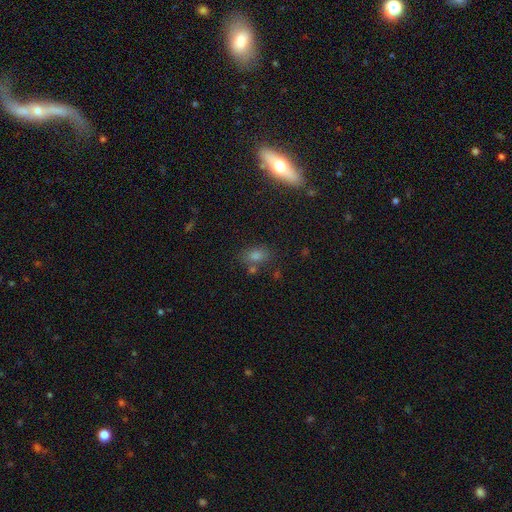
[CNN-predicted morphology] smooth_or_featured: smooth (p=0.63) [alt: featured or disk p=0.19]
how_rounded: in between (p=0.72) [alt: round p=0.18]
merging: none (p=0.74) [alt: minor disturbance p=0.14]